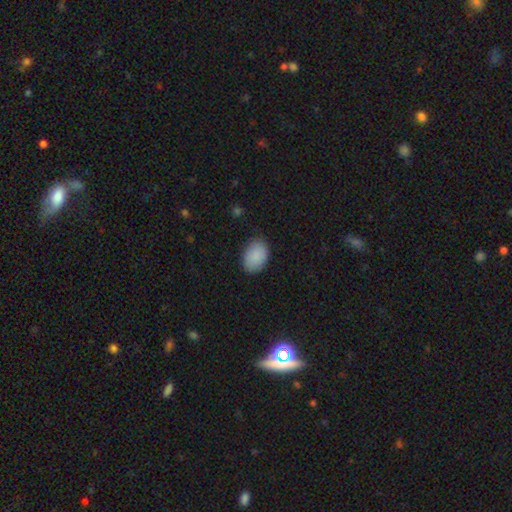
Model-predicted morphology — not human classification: smooth_or_featured: smooth (p=0.89) [alt: star or artifact p=0.06]
how_rounded: in between (p=0.85) [alt: round p=0.14]
merging: none (p=0.84) [alt: minor disturbance p=0.13]